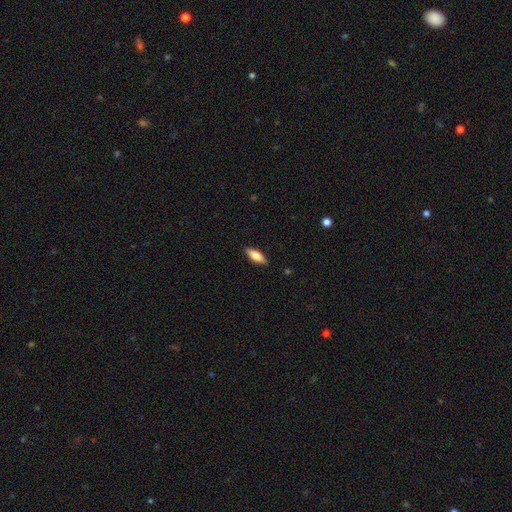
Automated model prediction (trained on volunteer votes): smooth-or-featured: smooth: 76% | featured or disk: 18% | star or artifact: 6%
  how-rounded: in between: 72% | cigar-shaped: 26% | round: 2%
  merging: none: 88% | minor disturbance: 9% | major disturbance: 2% | merger: 1%